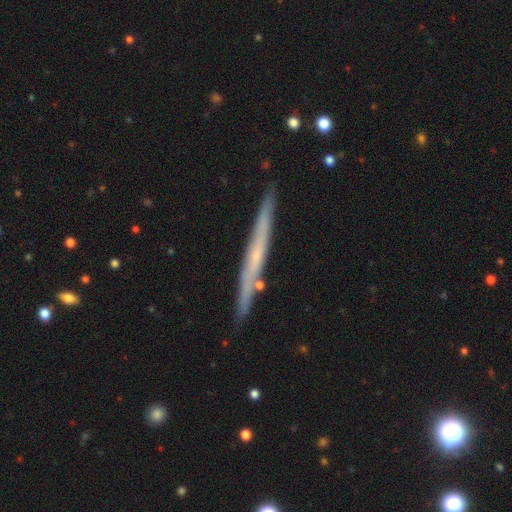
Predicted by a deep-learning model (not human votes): A featured or disk galaxy (65%) viewed edge-on (95%) with no central bulge (73%). Merging: none (87%).